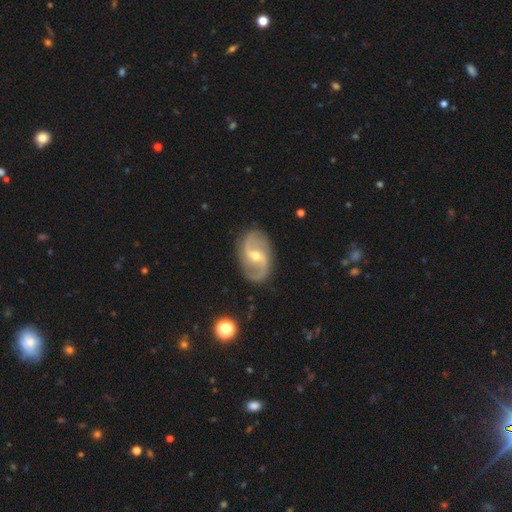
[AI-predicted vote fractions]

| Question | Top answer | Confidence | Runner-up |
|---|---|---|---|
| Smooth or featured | featured or disk | 88% | smooth (7%) |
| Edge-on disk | no | 97% | yes (3%) |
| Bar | weak | 48% | no (31%) |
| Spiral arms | yes | 96% | no (4%) |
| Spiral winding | loose | 47% | medium (41%) |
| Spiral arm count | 2 | 92% | can't tell (3%) |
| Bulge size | moderate | 50% | small (47%) |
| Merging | none | 83% | minor disturbance (12%) |